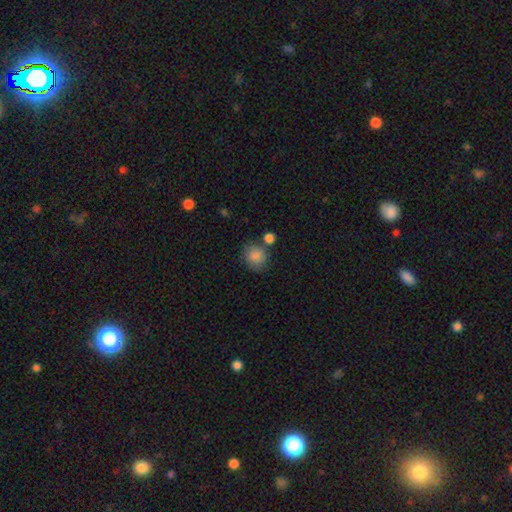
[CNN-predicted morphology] Smooth or featured: smooth — 86% (star or artifact — 8%)
How rounded: round — 79% (in between — 21%)
Merging: none — 68% (minor disturbance — 14%)